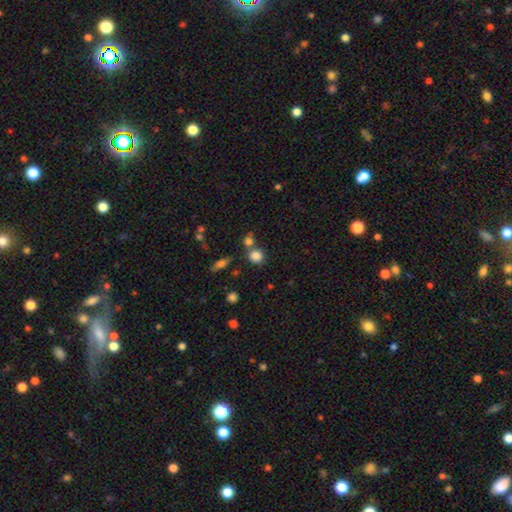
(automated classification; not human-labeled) Smooth or featured? Predicted: smooth (p=0.83). How rounded? Predicted: round (p=0.82). Merging? Predicted: none (p=0.65).